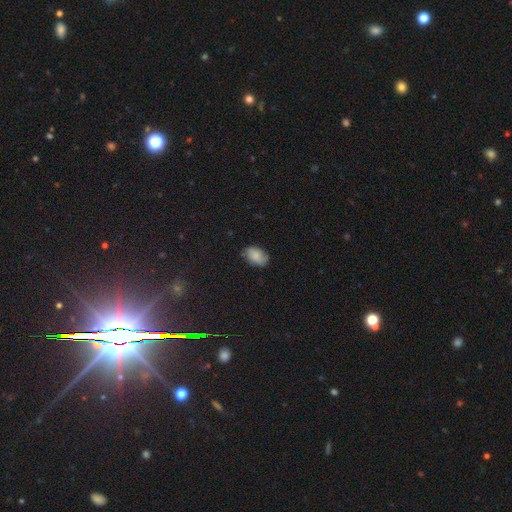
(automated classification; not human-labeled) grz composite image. It shows a smooth galaxy with no disk features (76%) that is in between round and cigar-shaped (89%). Merging: none (73%).